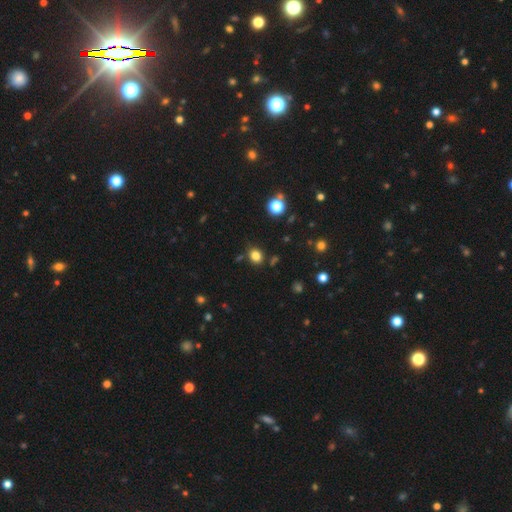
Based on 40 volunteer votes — smooth-or-featured: smooth: 80% | featured or disk: 10% | star or artifact: 10%
  how-rounded: round: 72% | in between: 28% | cigar-shaped: 0%
  merging: none: 83% | merger: 11% | minor disturbance: 6% | major disturbance: 0%